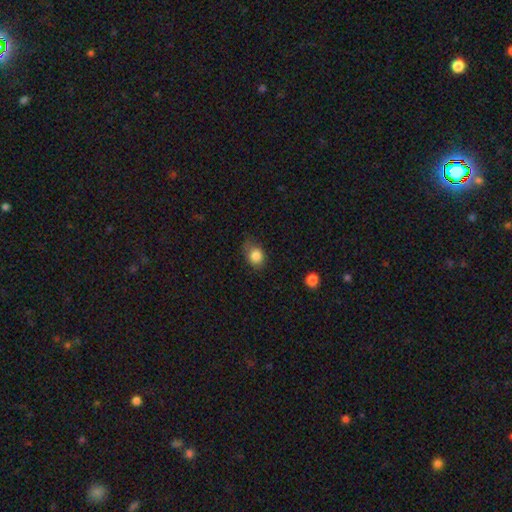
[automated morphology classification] type=smooth (83%); roundness=in between (54%); merging=none (56%).